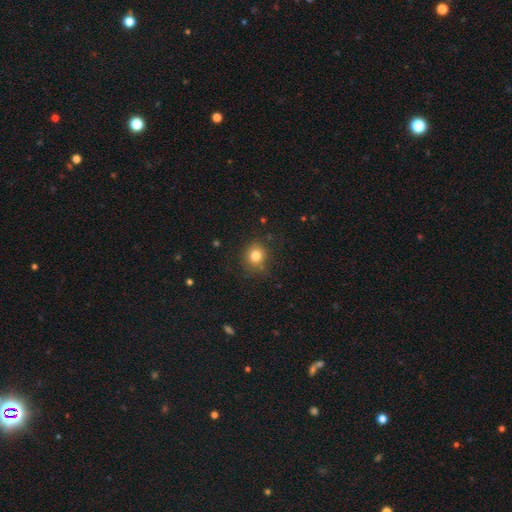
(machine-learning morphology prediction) Q: Smooth or featured?
A: smooth (82%); runner-up: star or artifact (12%)
Q: How rounded?
A: round (84%); runner-up: in between (15%)
Q: Merging?
A: none (81%); runner-up: minor disturbance (13%)